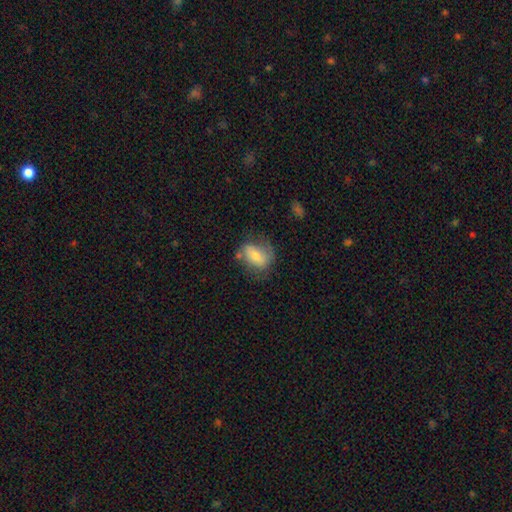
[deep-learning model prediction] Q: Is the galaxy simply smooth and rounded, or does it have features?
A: smooth — 62%.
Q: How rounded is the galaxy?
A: in between — 75%.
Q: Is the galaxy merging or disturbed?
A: none — 52%.